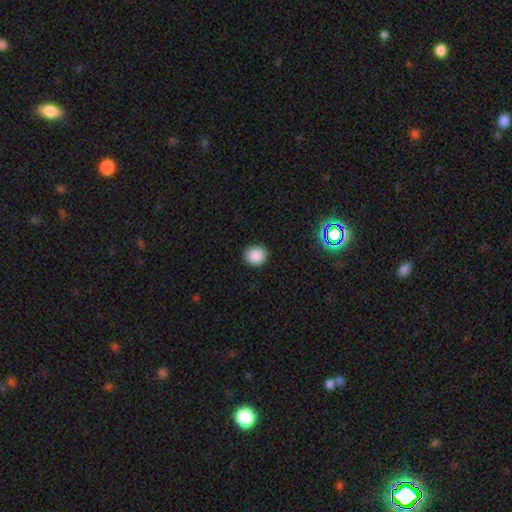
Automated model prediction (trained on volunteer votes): Q: Smooth or featured?
A: smooth (87%); runner-up: star or artifact (10%)
Q: How rounded?
A: round (83%); runner-up: in between (16%)
Q: Merging?
A: none (91%); runner-up: minor disturbance (6%)